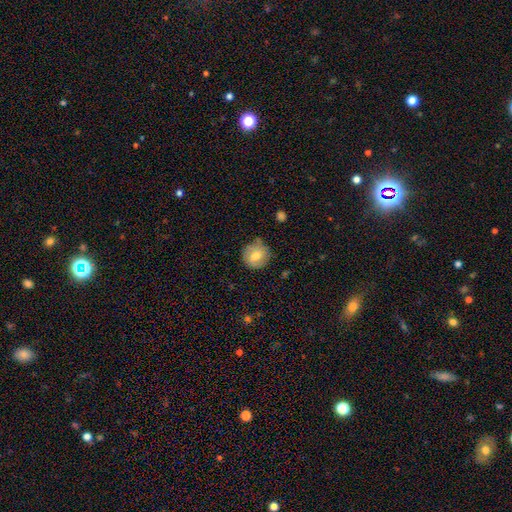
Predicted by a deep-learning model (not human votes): This appears to be a smooth galaxy with no disk features (64%) that is round (90%). Merging: none (73%).